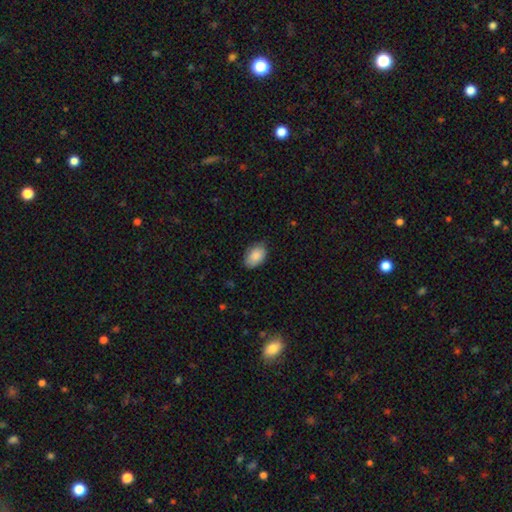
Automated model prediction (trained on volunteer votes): smooth 87%, star or artifact 6%, featured or disk 6%. Down the decision tree: how rounded — in between (91%); merging — none (79%).